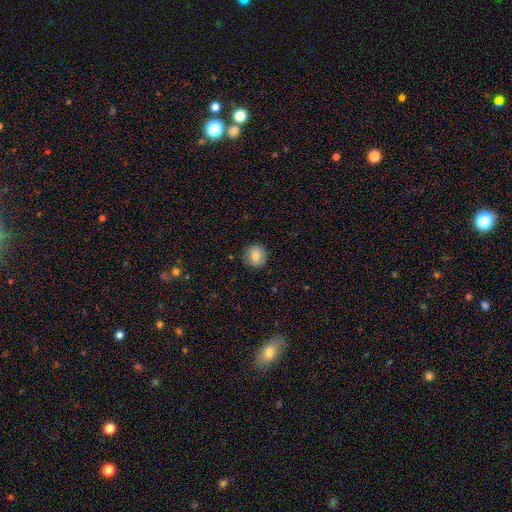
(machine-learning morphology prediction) This is clearly a smooth galaxy (83%). How rounded: clearly round (85%). Merging: clearly none (88%).